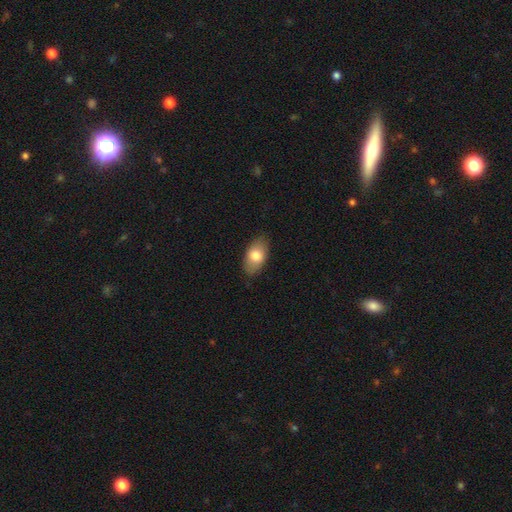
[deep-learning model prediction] Q: Smooth or featured?
A: smooth (77%); runner-up: featured or disk (16%)
Q: How rounded?
A: in between (92%); runner-up: round (6%)
Q: Merging?
A: none (84%); runner-up: minor disturbance (12%)